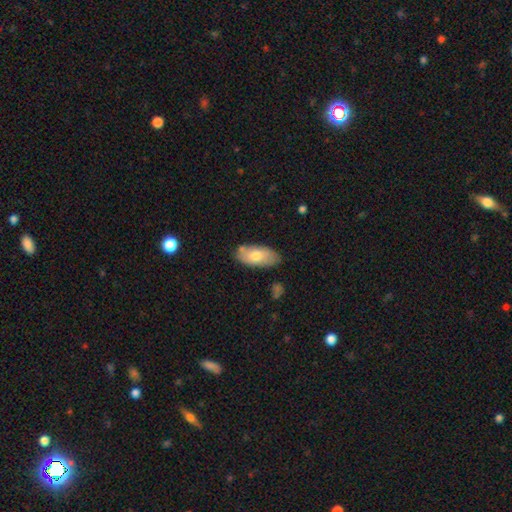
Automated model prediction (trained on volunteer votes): A smooth galaxy with no disk features (73%) that is in between round and cigar-shaped (92%). Merging: none (74%).